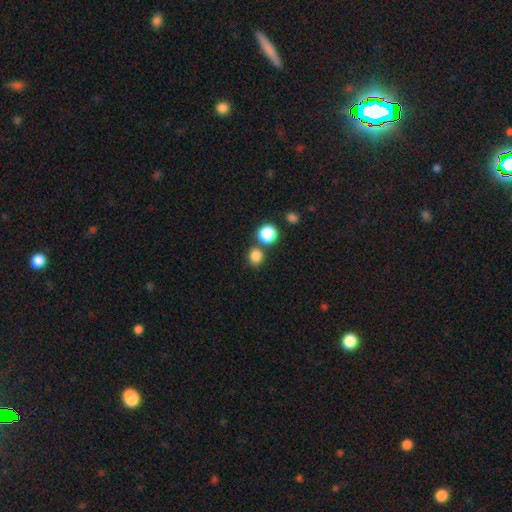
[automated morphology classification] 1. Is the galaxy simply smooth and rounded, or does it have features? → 83% smooth, 13% star or artifact, 4% featured or disk.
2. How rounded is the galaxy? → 78% round, 21% in between, 1% cigar-shaped.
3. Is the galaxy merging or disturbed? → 70% none, 19% merger, 8% minor disturbance, 3% major disturbance.